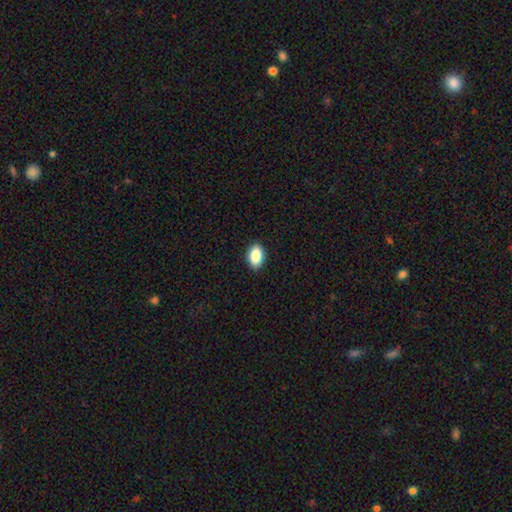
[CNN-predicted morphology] Smooth or featured? Predicted: smooth (p=0.88). How rounded? Predicted: in between (p=0.91). Merging? Predicted: none (p=0.90).